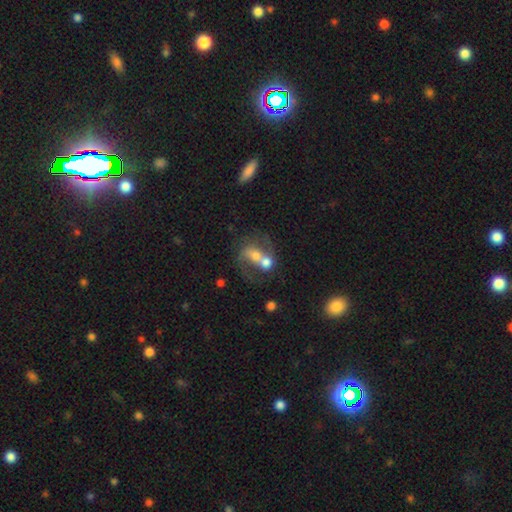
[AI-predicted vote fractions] Smooth or featured? featured or disk (51%)
Edge-on disk? no (96%)
Merging? merger (65%)